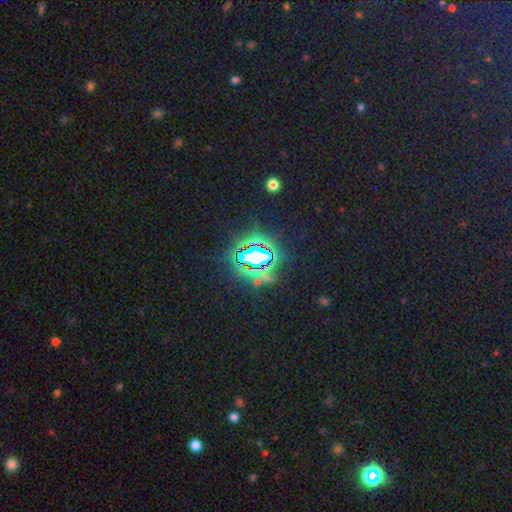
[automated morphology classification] A star or artifact, not a galaxy (79%).